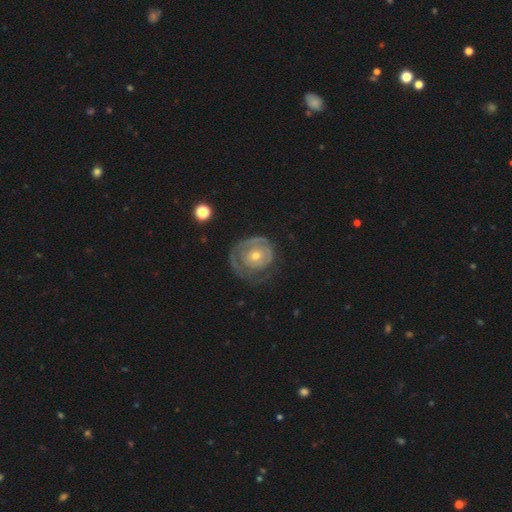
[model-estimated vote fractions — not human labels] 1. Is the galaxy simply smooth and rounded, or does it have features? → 71% featured or disk, 23% smooth, 5% star or artifact.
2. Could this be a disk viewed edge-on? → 97% no, 3% yes.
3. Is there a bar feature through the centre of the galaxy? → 84% no, 13% weak, 3% strong.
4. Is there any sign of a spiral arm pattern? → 68% yes, 32% no.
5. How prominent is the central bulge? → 50% small, 46% moderate, 3% large, 1% none, 1% dominant.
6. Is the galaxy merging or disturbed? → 53% none, 23% minor disturbance, 22% major disturbance, 2% merger.